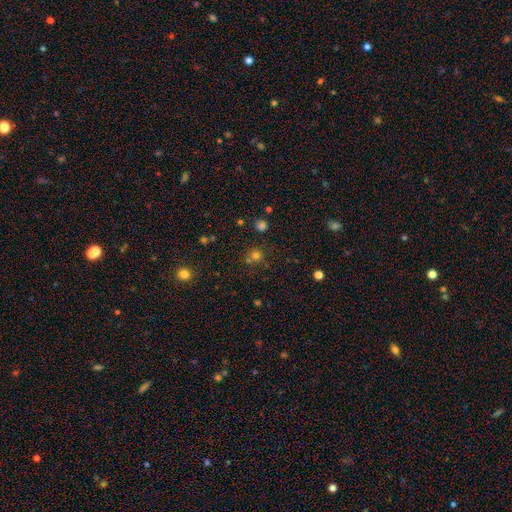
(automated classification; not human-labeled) The model was most divided on "smooth or featured": smooth: 67%, star or artifact: 25%, featured or disk: 8%. More confident: how rounded — round (90%); merging — none (68%).